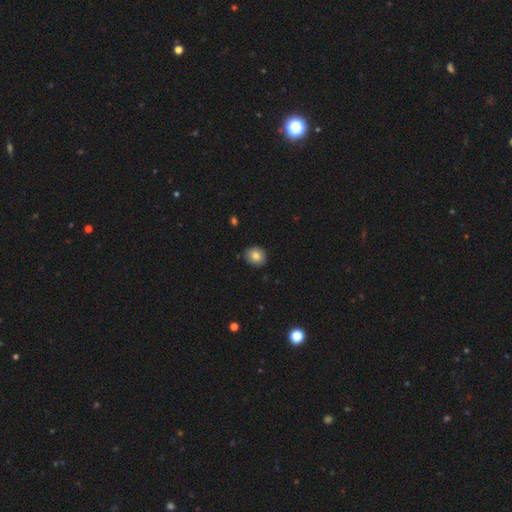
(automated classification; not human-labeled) Smooth or featured? Predicted: smooth (p=0.82). How rounded? Predicted: round (p=0.77). Merging? Predicted: none (p=0.88).